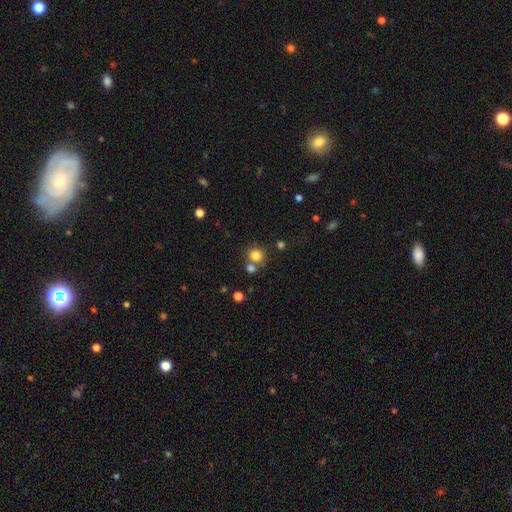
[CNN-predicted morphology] A smooth galaxy with no disk features (81%) that is round (85%). Merging: none (67%).